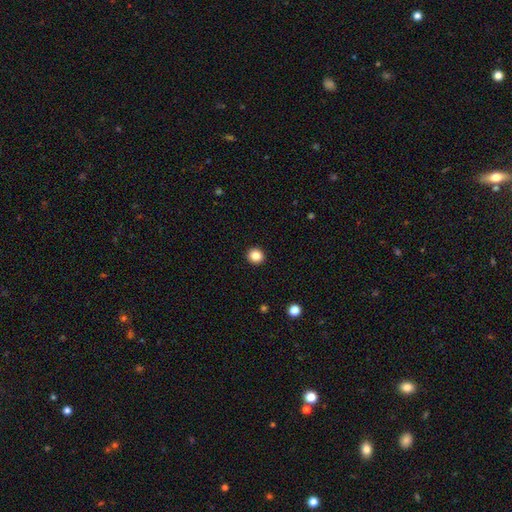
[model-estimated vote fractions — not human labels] A smooth galaxy with no disk features (85%) that is round (89%).

Vote fractions:
- Smooth or featured? smooth: 85% / star or artifact: 11% / featured or disk: 5%
- How rounded? round: 89% / in between: 10% / cigar-shaped: 1%
- Merging? none: 93% / minor disturbance: 4% / major disturbance: 1% / merger: 1%